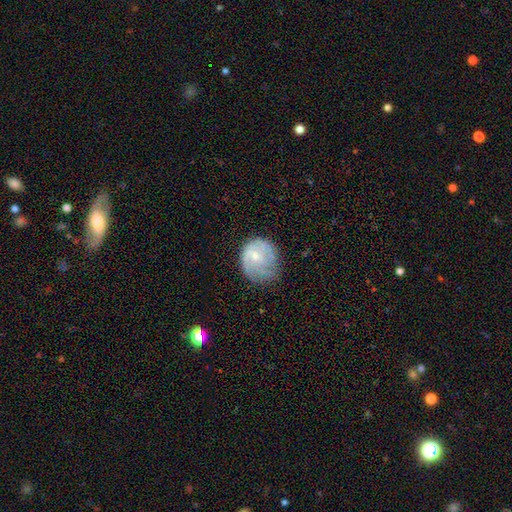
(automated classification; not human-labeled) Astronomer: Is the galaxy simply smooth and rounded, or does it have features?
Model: featured or disk — 58% (runner-up: smooth, 35%).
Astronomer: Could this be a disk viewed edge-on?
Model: no — 98%.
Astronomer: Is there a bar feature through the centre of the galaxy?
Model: no — 62%.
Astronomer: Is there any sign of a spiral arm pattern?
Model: yes — 75%.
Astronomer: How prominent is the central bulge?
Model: small — 57%.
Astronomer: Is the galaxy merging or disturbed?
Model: none — 54%.